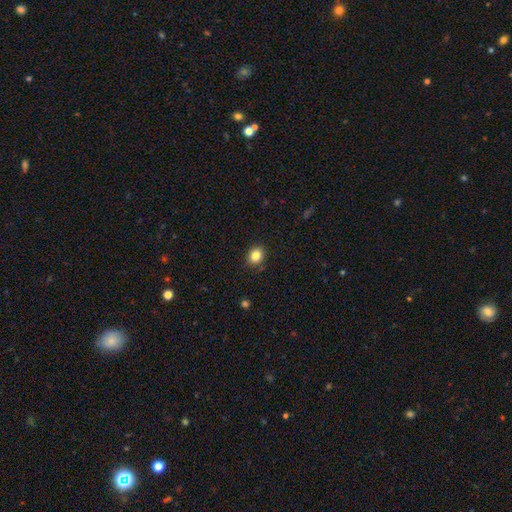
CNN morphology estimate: The model was most divided on "how rounded": round: 62%, in between: 38%, cigar-shaped: 1%. More confident: merging — none (88%); smooth or featured — smooth (84%).